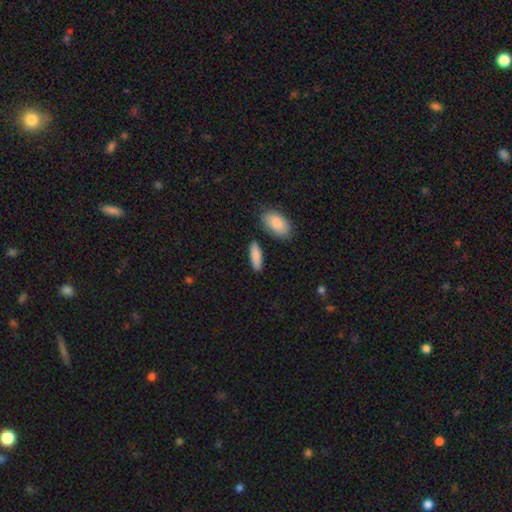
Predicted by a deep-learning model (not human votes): Q: Smooth or featured?
A: smooth (87%); runner-up: featured or disk (7%)
Q: How rounded?
A: in between (55%); runner-up: cigar-shaped (42%)
Q: Merging?
A: none (83%); runner-up: minor disturbance (10%)